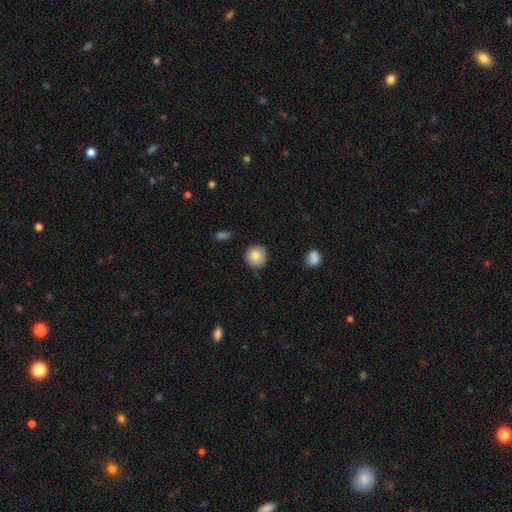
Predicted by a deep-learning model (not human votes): Morphology: type=smooth (83%); roundness=round (92%); merging=none (83%).